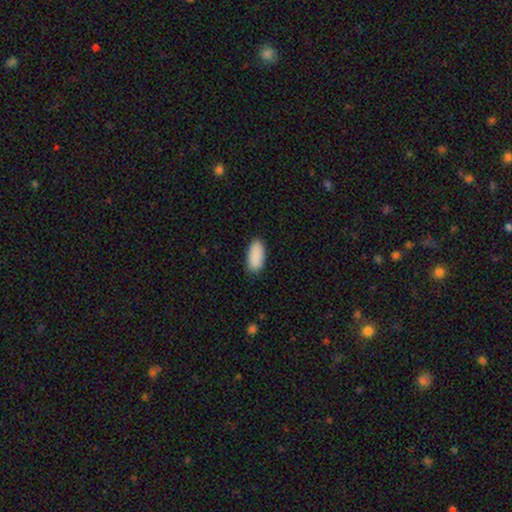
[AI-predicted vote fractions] Q: Smooth or featured?
A: smooth (91%); runner-up: star or artifact (6%)
Q: How rounded?
A: in between (91%); runner-up: cigar-shaped (7%)
Q: Merging?
A: none (87%); runner-up: minor disturbance (10%)